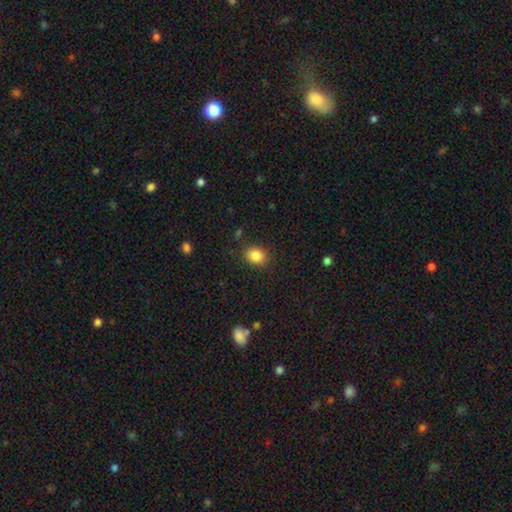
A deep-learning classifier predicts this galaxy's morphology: Smooth or featured: smooth — 85% (star or artifact — 10%)
How rounded: round — 51% (in between — 49%)
Merging: none — 86% (minor disturbance — 10%)